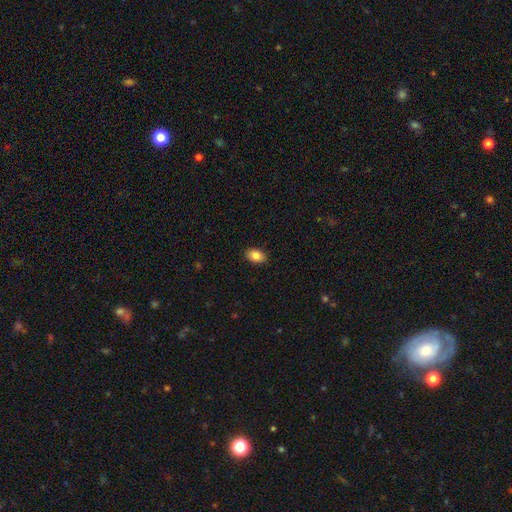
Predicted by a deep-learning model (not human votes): Overall: smooth (85%). How rounded: in between (87%). Merging: none (89%).